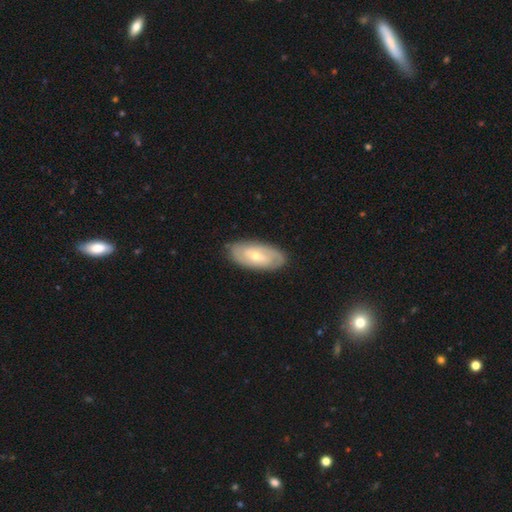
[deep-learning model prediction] Smooth or featured? featured or disk (64%)
Edge-on disk? no (90%)
Bar? no (52%)
Spiral arms? yes (75%)
Bulge size? small (54%)
Merging? none (85%)